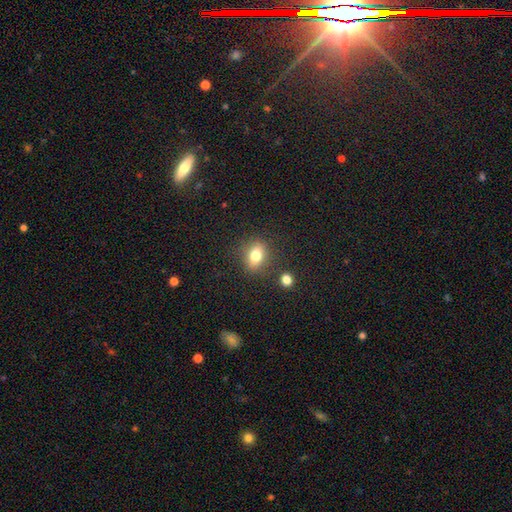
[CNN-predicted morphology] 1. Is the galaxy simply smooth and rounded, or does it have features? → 77% smooth, 12% featured or disk, 11% star or artifact.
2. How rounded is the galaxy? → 64% in between, 33% round, 3% cigar-shaped.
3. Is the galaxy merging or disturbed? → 82% none, 11% minor disturbance, 4% merger, 3% major disturbance.